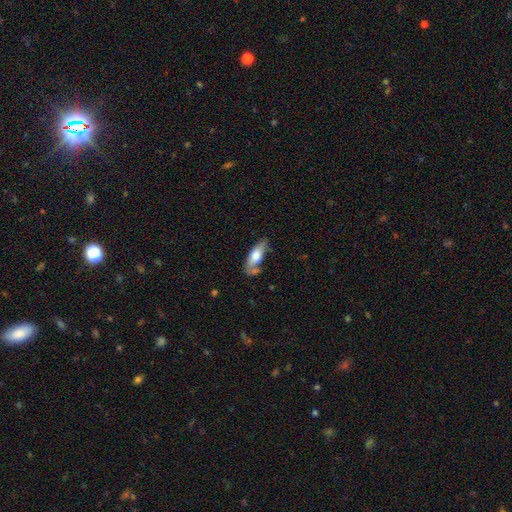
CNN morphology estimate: This appears to be a smooth galaxy with no disk features (66%) that is in between round and cigar-shaped (64%). Merging: none (59%).